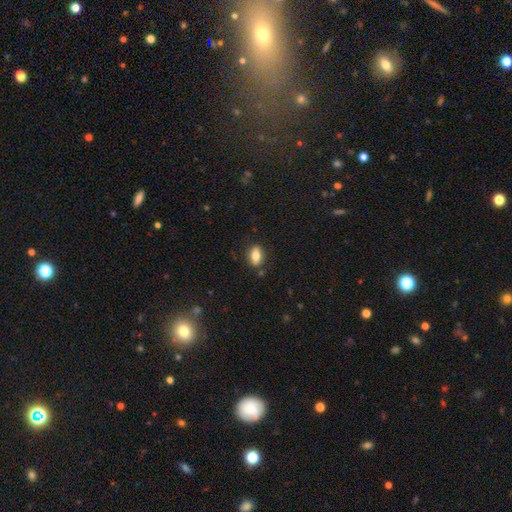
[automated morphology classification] smooth-or-featured: smooth: 81% | featured or disk: 11% | star or artifact: 8%
  how-rounded: in between: 86% | round: 8% | cigar-shaped: 6%
  merging: none: 83% | minor disturbance: 11% | major disturbance: 3% | merger: 3%